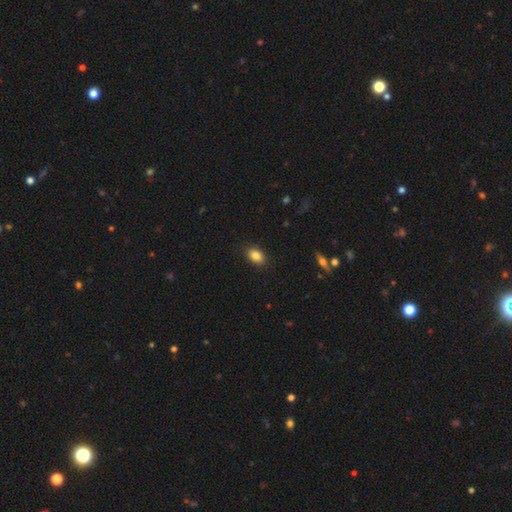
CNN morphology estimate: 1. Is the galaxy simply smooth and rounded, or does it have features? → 86% smooth, 9% star or artifact, 6% featured or disk.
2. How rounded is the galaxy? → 82% in between, 16% round, 2% cigar-shaped.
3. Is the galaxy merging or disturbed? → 89% none, 8% minor disturbance, 2% major disturbance, 1% merger.